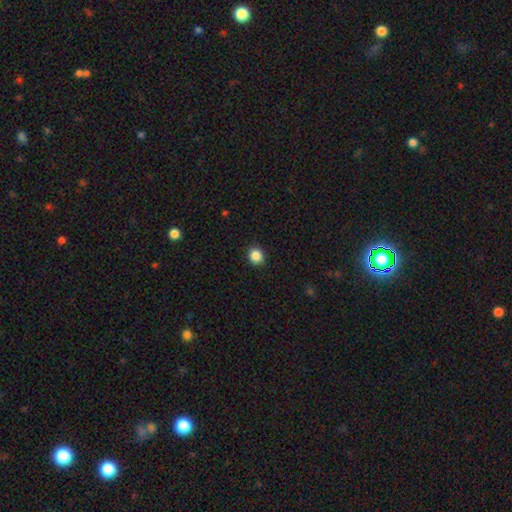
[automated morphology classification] smooth_or_featured: smooth (p=0.86) [alt: star or artifact p=0.10]
how_rounded: round (p=0.87) [alt: in between p=0.13]
merging: none (p=0.92) [alt: minor disturbance p=0.05]